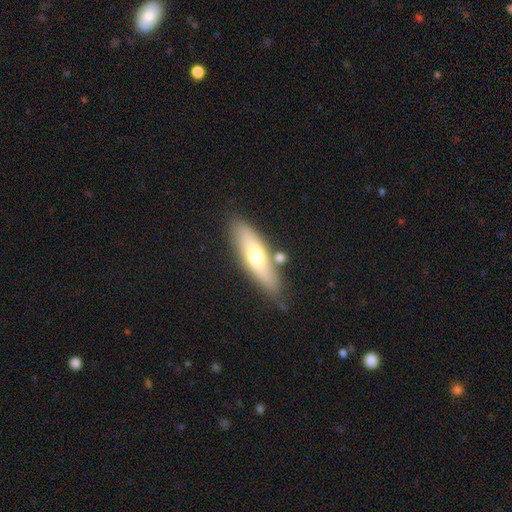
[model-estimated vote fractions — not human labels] The model was most divided on "how rounded": cigar-shaped: 54%, in between: 43%, round: 2%. More confident: merging — none (76%); smooth or featured — smooth (57%).